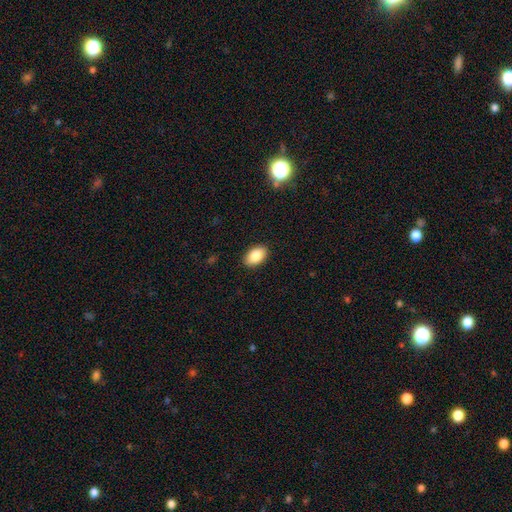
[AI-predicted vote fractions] A smooth galaxy with no disk features (86%) that is in between round and cigar-shaped (91%).

Vote fractions:
- Smooth or featured? smooth: 86% / star or artifact: 7% / featured or disk: 7%
- How rounded? in between: 91% / round: 7% / cigar-shaped: 1%
- Merging? none: 90% / minor disturbance: 8% / major disturbance: 2% / merger: 1%